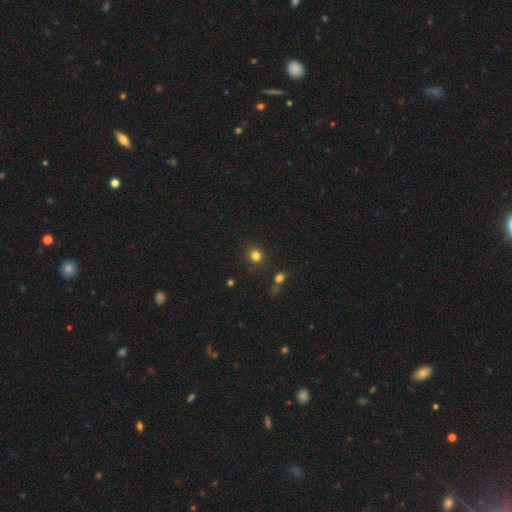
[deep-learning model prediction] Overall: smooth (80%). How rounded: round (78%). Merging: none (81%).